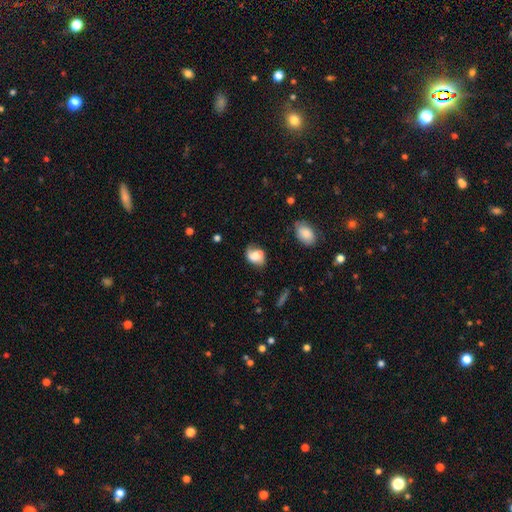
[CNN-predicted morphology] The model was most divided on "smooth or featured": smooth: 49%, featured or disk: 42%, star or artifact: 9%. More confident: merging — none (55%).